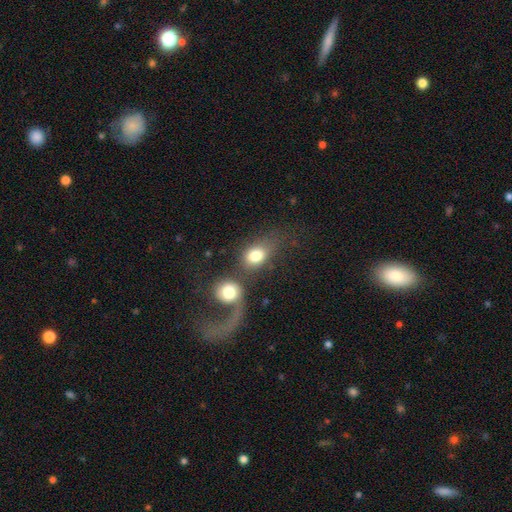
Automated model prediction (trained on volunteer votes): Overall: smooth (75%). How rounded: in between (51%; round 47%). Merging: merger (45%; none 29%).